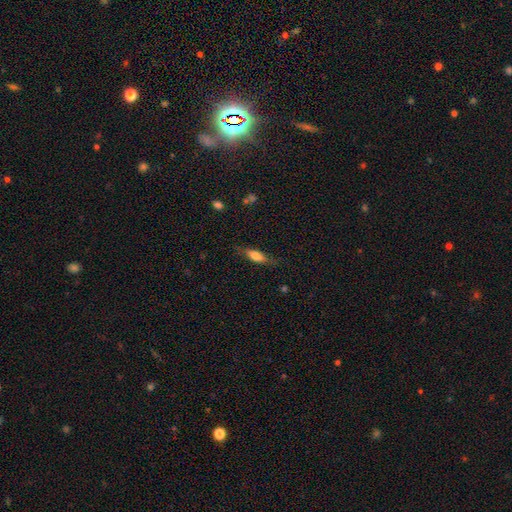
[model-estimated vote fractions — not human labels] The model was most divided on "how rounded": in between: 58%, cigar-shaped: 39%, round: 3%. More confident: merging — none (73%); smooth or featured — smooth (68%).